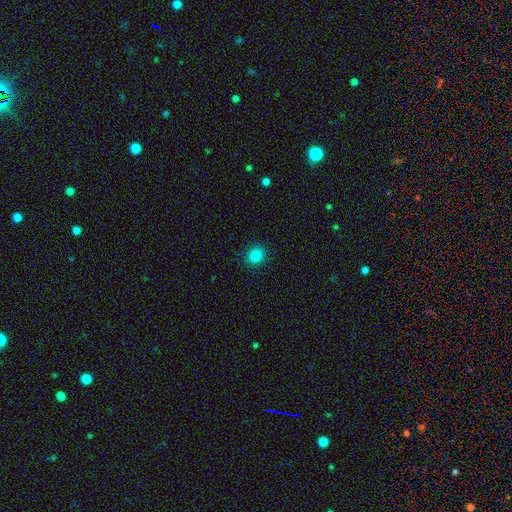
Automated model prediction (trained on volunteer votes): This is clearly a smooth galaxy (86%). How rounded: likely round (75%). Merging: clearly none (89%).